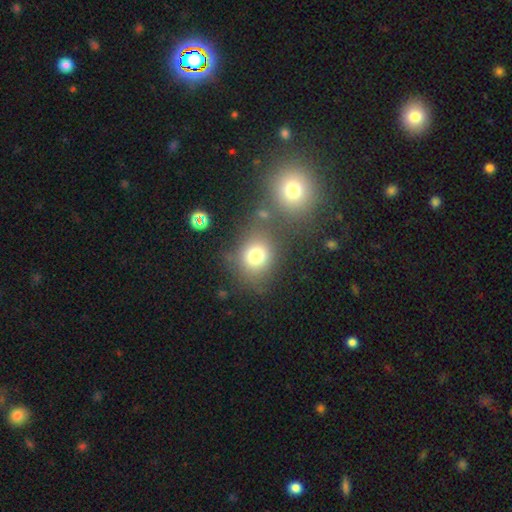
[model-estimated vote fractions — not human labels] Smooth or featured? smooth (75%)
How rounded? round (72%)
Merging? none (65%)